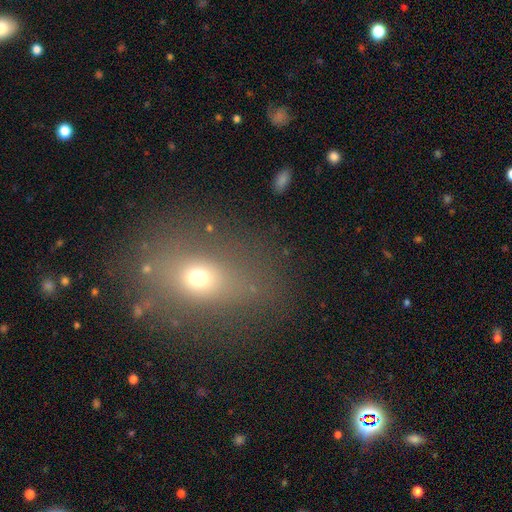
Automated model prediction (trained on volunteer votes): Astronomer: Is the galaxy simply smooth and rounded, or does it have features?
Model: smooth — 60%.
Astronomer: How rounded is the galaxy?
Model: in between — 54% (runner-up: round, 43%).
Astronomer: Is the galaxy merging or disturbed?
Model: none — 77%.